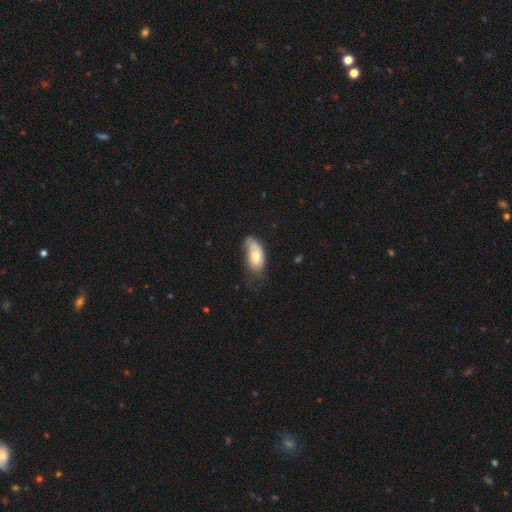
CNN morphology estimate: smooth-or-featured: smooth: 64% | featured or disk: 30% | star or artifact: 6%
  how-rounded: in between: 90% | cigar-shaped: 7% | round: 3%
  merging: none: 45% | minor disturbance: 37% | major disturbance: 15% | merger: 3%